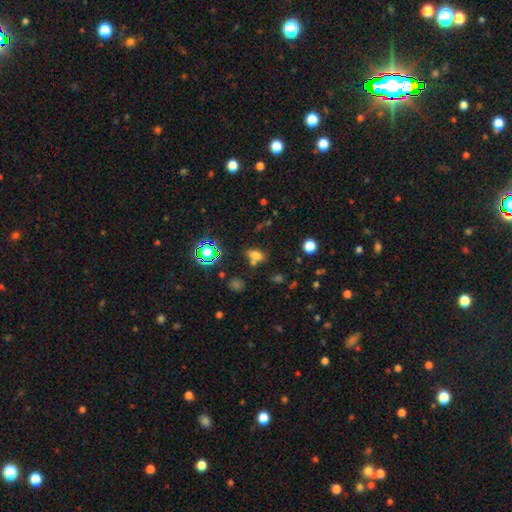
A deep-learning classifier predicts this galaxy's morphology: This is likely a smooth galaxy (67%). How rounded: likely in between (73%). Merging: possibly none (58%).